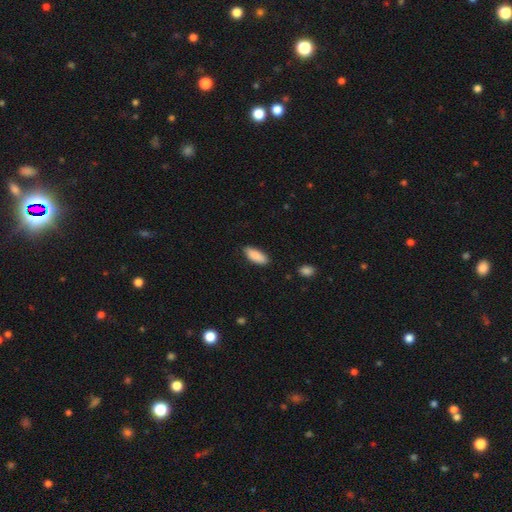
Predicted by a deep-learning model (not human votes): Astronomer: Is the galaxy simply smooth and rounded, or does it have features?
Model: smooth — 89%.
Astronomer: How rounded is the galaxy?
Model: in between — 81%.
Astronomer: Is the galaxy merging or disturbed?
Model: none — 83%.